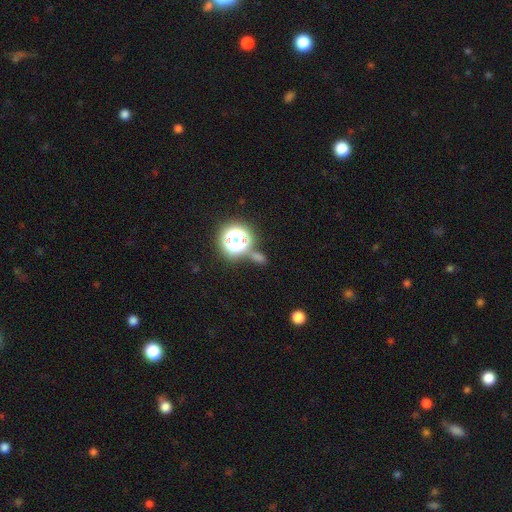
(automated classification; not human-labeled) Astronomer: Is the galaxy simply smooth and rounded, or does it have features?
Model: star or artifact — 56% (runner-up: smooth, 34%).